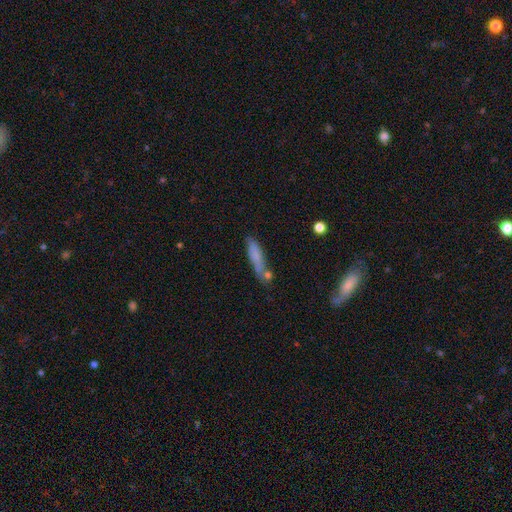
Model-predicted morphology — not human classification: smooth_or_featured: smooth (p=0.70) [alt: featured or disk p=0.22]
how_rounded: cigar-shaped (p=0.75) [alt: in between p=0.23]
merging: none (p=0.57) [alt: minor disturbance p=0.20]